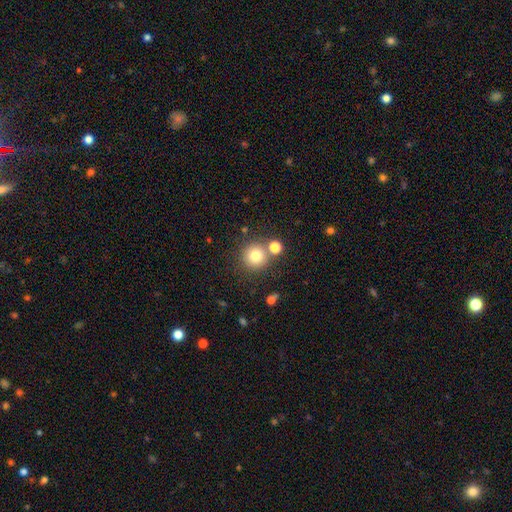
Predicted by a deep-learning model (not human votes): The model was most divided on "merging": none: 74%, merger: 15%, minor disturbance: 8%, major disturbance: 3%. More confident: how rounded — round (94%); smooth or featured — smooth (78%).